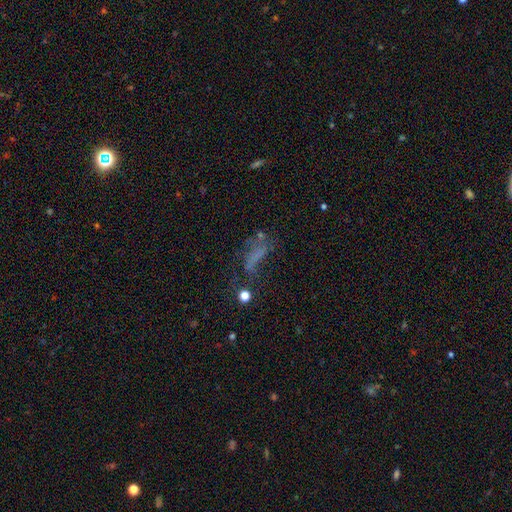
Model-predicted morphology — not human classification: Smooth or featured?
  - smooth: 41% *
  - featured or disk: 33%
  - star or artifact: 26%
Merging?
  - major disturbance: 39% *
  - none: 31%
  - minor disturbance: 19%
  - merger: 11%